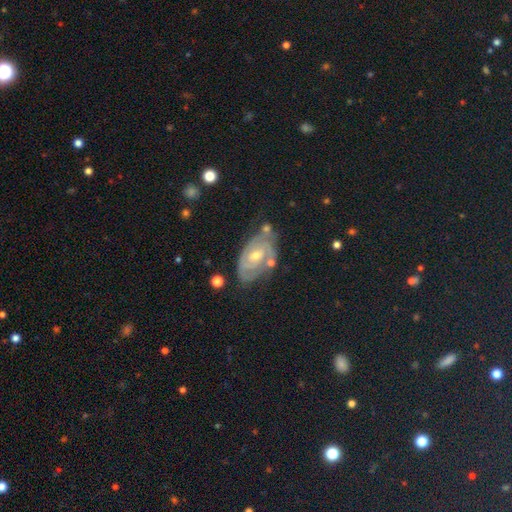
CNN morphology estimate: A featured or disk galaxy (82%) with no bar (54%), 2 (59%) tight (69%) spiral arms (93%) and a moderate central bulge (51%). Merging: none (66%).